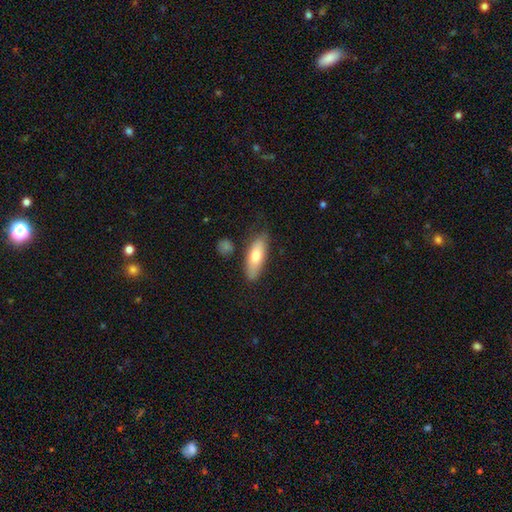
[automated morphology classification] type=smooth (71%); roundness=in between (59%); merging=none (75%).